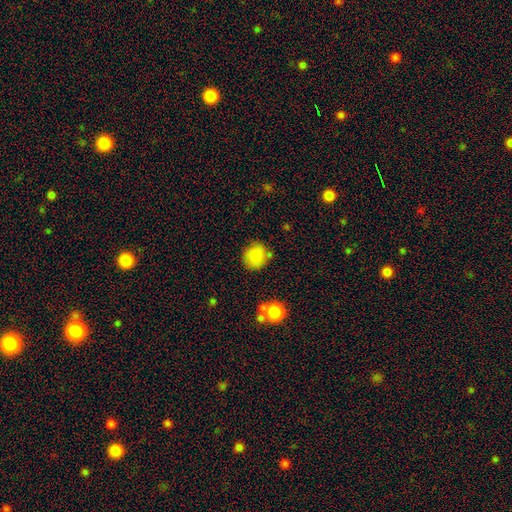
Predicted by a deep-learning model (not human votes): This appears to be a smooth galaxy with no disk features (85%) that is round (84%). Merging: none (79%).